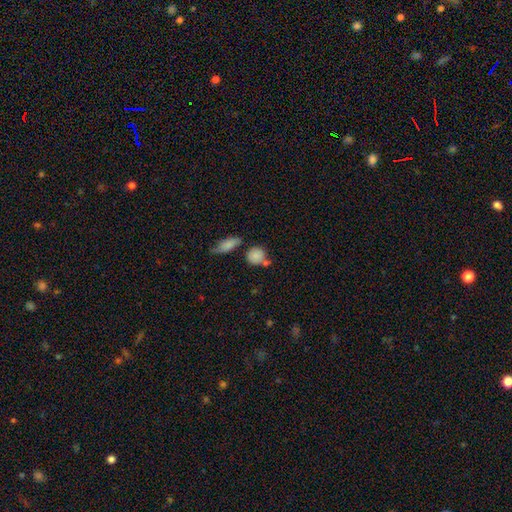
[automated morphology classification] Smooth or featured?
  - smooth: 83% *
  - star or artifact: 9%
  - featured or disk: 8%
How rounded?
  - round: 79% *
  - in between: 18%
  - cigar-shaped: 2%
Merging?
  - none: 57% *
  - merger: 23%
  - minor disturbance: 15%
  - major disturbance: 5%